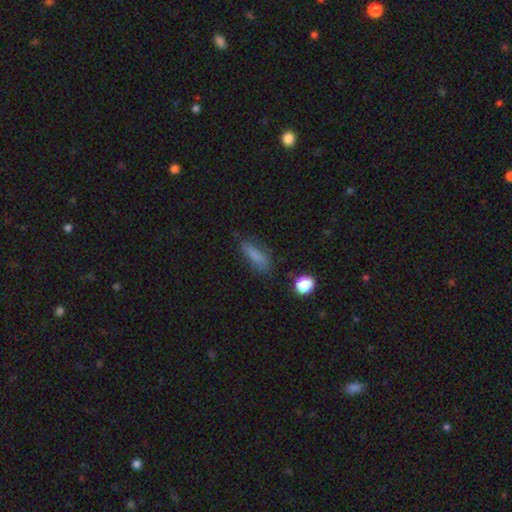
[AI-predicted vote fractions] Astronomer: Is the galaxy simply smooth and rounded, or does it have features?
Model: smooth — 78%.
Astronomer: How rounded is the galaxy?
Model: cigar-shaped — 56% (runner-up: in between, 41%).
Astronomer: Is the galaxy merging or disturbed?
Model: none — 71%.